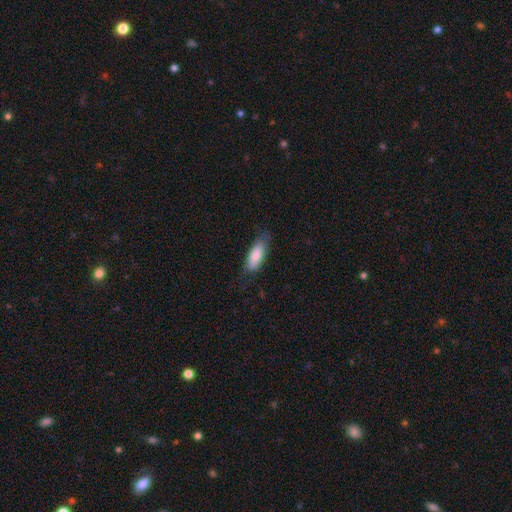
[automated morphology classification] Q: Smooth or featured?
A: smooth (80%); runner-up: featured or disk (14%)
Q: How rounded?
A: in between (68%); runner-up: cigar-shaped (30%)
Q: Merging?
A: none (71%); runner-up: minor disturbance (23%)